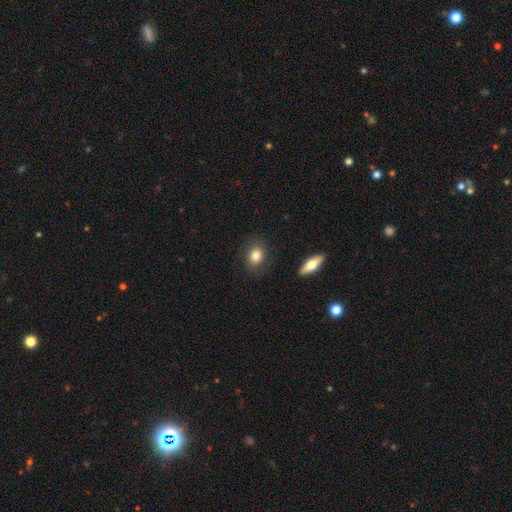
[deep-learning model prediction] Smooth or featured: smooth — 81% (featured or disk — 11%)
How rounded: in between — 55% (round — 43%)
Merging: none — 85% (minor disturbance — 10%)